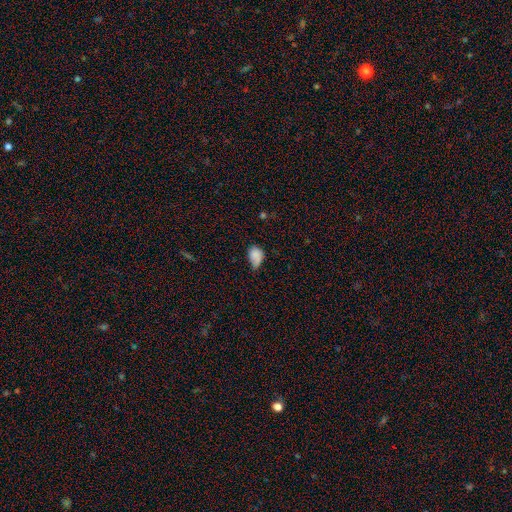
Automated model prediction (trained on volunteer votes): Smooth or featured? Predicted: smooth (p=0.81). How rounded? Predicted: in between (p=0.78). Merging? Predicted: minor disturbance (p=0.46).